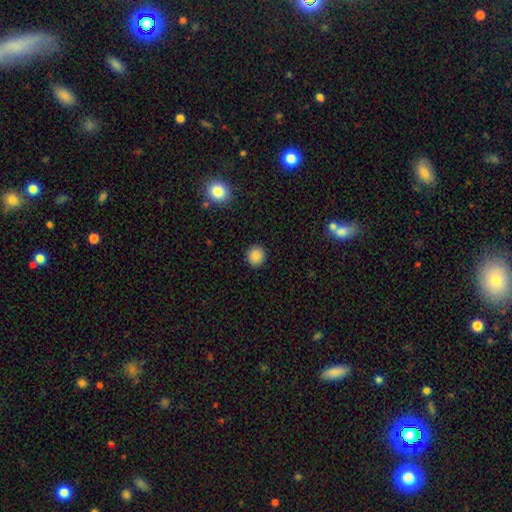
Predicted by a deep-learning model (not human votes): Morphology: type=smooth (88%); roundness=round (91%); merging=none (91%).